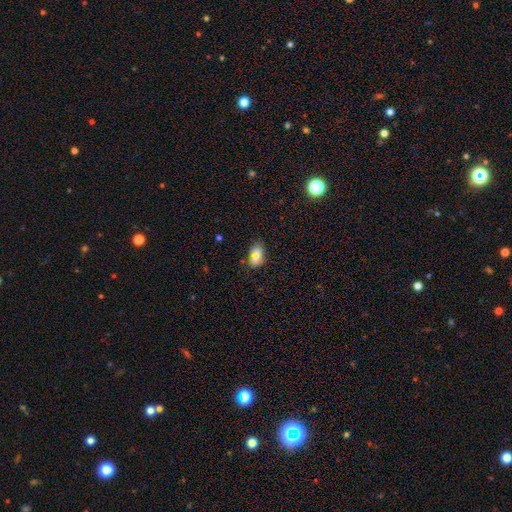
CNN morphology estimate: Overall: smooth (62%; star or artifact 26%). How rounded: in between (79%). Merging: none (78%).